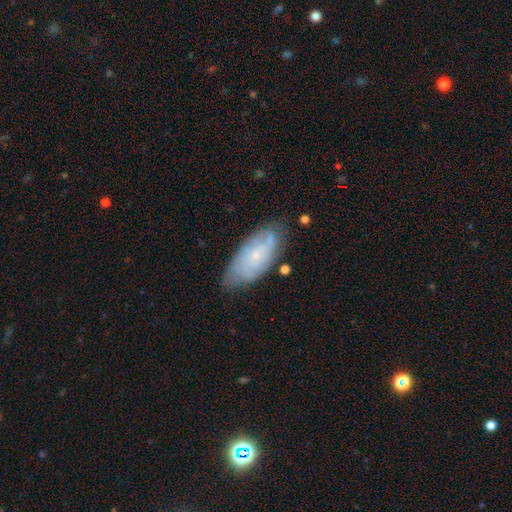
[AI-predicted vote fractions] Smooth or featured? featured or disk (53%)
Edge-on disk? no (90%)
Merging? none (70%)